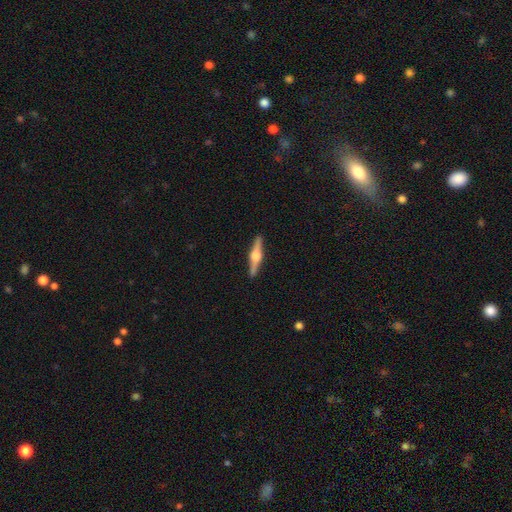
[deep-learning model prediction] The model was most divided on "smooth or featured": featured or disk: 77%, smooth: 18%, star or artifact: 5%. More confident: edge-on disk — yes (98%); edge-on bulge — rounded (92%); merging — none (92%).